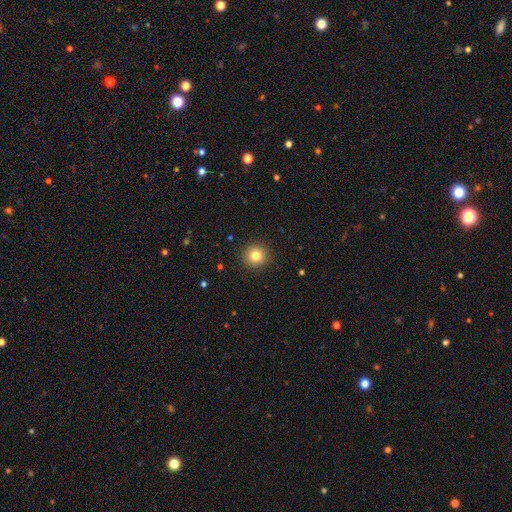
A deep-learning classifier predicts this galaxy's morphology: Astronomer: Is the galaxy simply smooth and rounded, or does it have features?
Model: smooth — 81%.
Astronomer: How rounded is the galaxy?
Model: round — 94%.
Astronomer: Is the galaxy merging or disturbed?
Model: none — 92%.